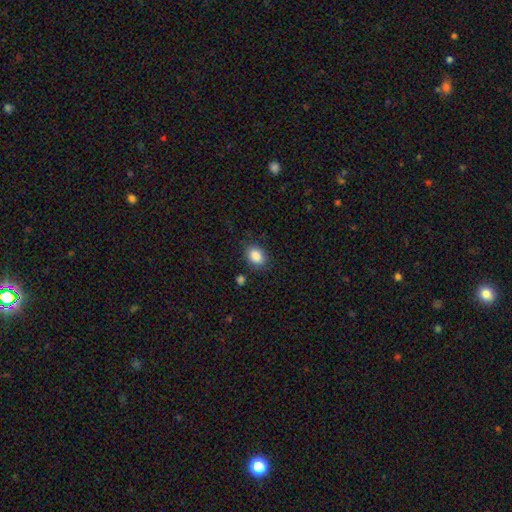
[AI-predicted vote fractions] This is clearly a smooth galaxy (87%). How rounded: likely in between (73%). Merging: clearly none (81%).